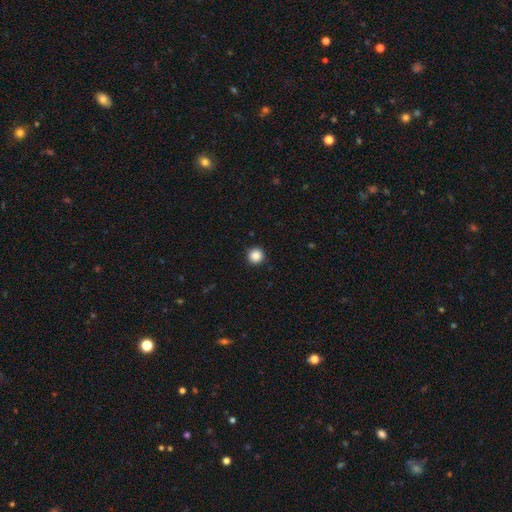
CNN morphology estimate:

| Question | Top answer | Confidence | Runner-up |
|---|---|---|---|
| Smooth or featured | smooth | 87% | star or artifact (10%) |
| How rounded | round | 96% | in between (3%) |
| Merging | none | 92% | minor disturbance (5%) |